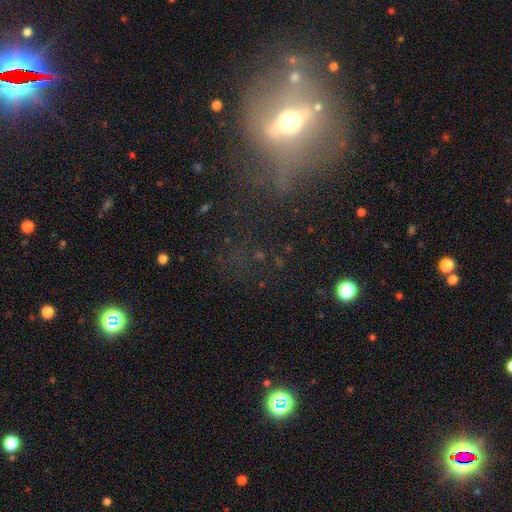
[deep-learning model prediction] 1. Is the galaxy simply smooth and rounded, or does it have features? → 38% featured or disk, 35% star or artifact, 27% smooth.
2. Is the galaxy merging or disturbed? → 51% none, 26% major disturbance, 16% minor disturbance, 7% merger.